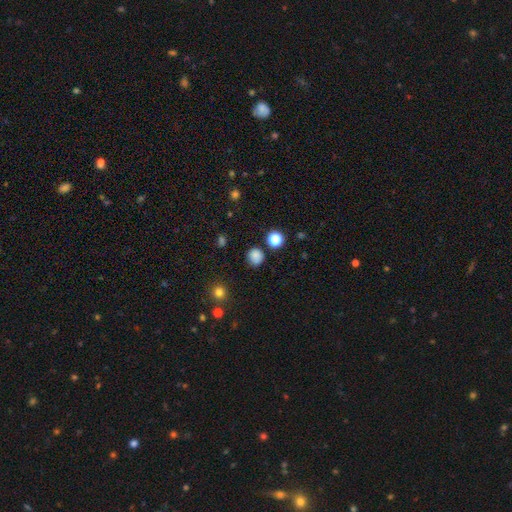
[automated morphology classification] Smooth or featured? Predicted: smooth (p=0.80). How rounded? Predicted: round (p=0.85). Merging? Predicted: none (p=0.81).